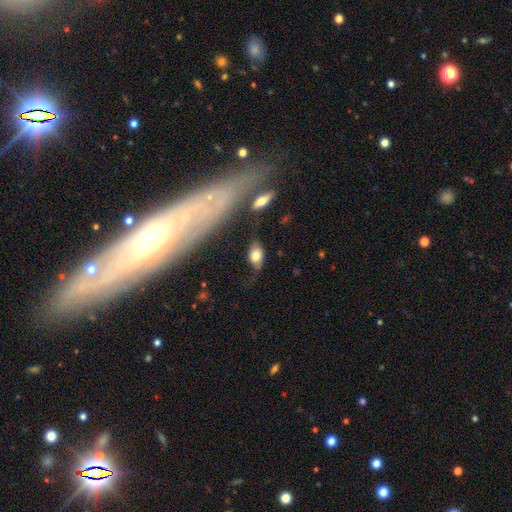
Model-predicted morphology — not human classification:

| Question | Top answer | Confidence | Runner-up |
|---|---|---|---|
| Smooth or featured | smooth | 74% | featured or disk (19%) |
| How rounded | in between | 85% | round (12%) |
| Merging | none | 56% | minor disturbance (26%) |